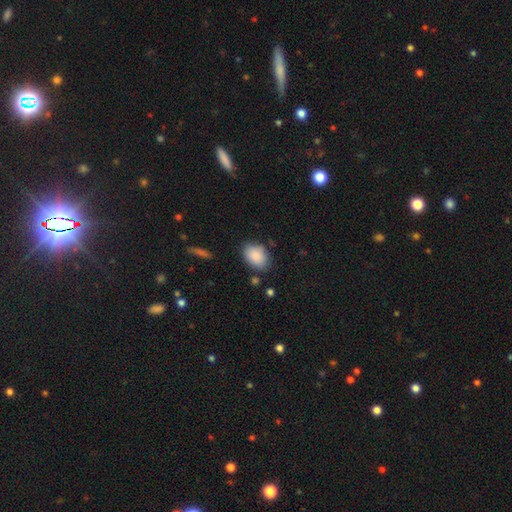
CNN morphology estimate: smooth_or_featured: smooth (p=0.88) [alt: star or artifact p=0.07]
how_rounded: in between (p=0.80) [alt: round p=0.19]
merging: none (p=0.77) [alt: minor disturbance p=0.16]